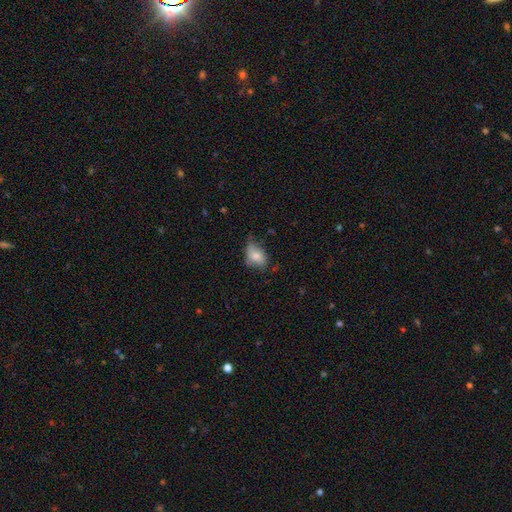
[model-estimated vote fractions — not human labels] Q: Smooth or featured?
A: smooth (76%); runner-up: featured or disk (15%)
Q: How rounded?
A: in between (84%); runner-up: round (14%)
Q: Merging?
A: none (46%); runner-up: minor disturbance (39%)